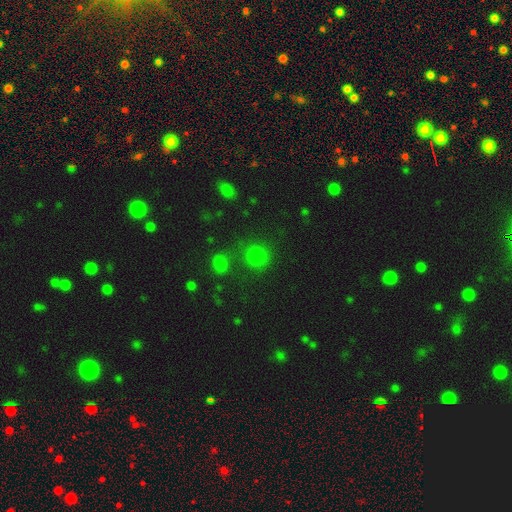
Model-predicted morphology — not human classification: smooth 76%, star or artifact 18%, featured or disk 6%. Down the decision tree: how rounded — round (89%); merging — none (68%).